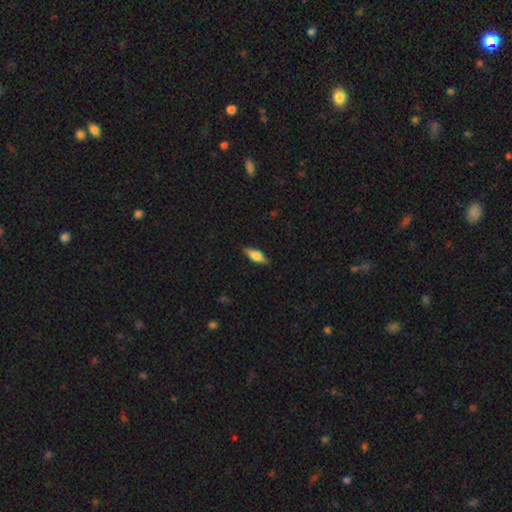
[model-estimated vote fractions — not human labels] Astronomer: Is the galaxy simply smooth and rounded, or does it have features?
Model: smooth — 65%.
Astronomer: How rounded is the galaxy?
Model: in between — 66%.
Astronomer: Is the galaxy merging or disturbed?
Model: none — 85%.